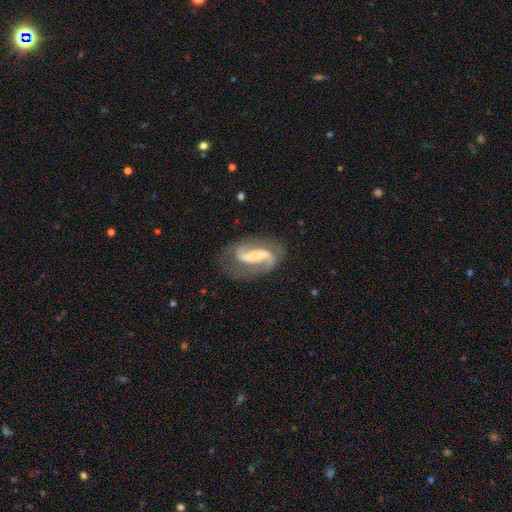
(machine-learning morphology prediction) This is clearly a featured or disk galaxy (88%). It is clearly not viewed edge-on (96%). Bar: possibly strong (49%). Spiral arm pattern: clearly yes (96%). Spiral arm count: clearly 2 (92%). Spiral winding: possibly loose (51%). Central bulge: possibly small (54%). Merging: likely none (73%).